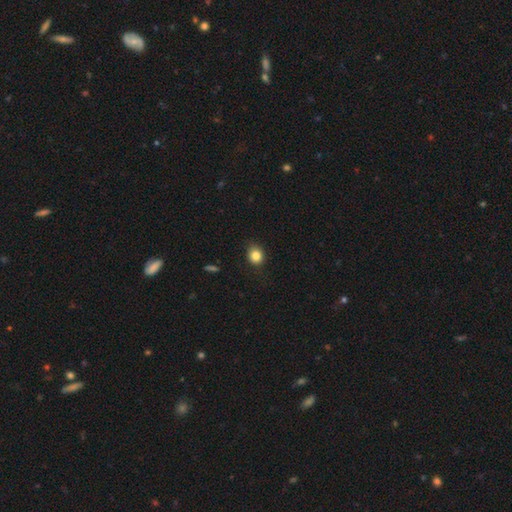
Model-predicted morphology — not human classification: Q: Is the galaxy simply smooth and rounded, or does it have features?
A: smooth — 83%.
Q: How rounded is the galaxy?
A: round — 68%.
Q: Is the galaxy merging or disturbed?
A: none — 82%.